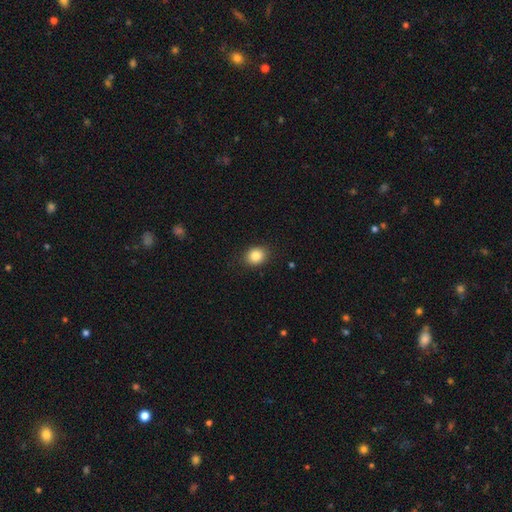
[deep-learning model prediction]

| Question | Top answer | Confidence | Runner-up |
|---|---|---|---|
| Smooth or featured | smooth | 85% | star or artifact (10%) |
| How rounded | round | 58% | in between (41%) |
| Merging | none | 88% | minor disturbance (9%) |